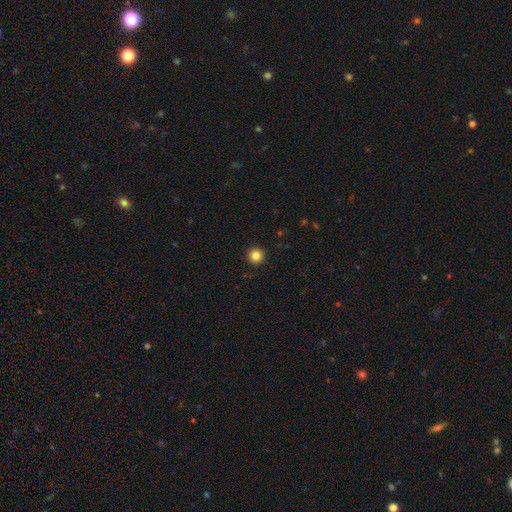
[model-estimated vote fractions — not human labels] Morphology: type=smooth (84%); roundness=round (96%); merging=none (93%).